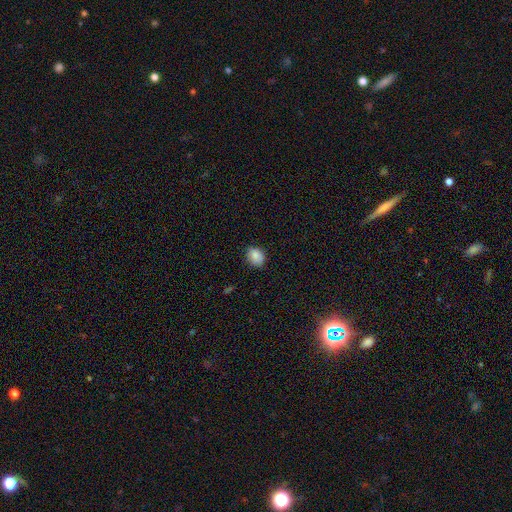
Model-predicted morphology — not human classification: type=smooth (86%); roundness=in between (56%); merging=none (79%).